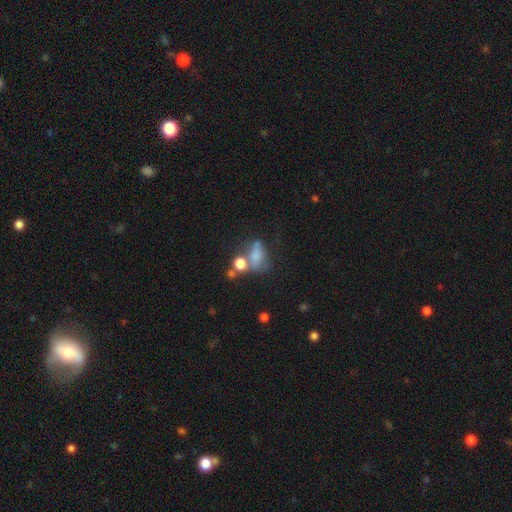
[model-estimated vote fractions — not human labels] smooth 63%, featured or disk 22%, star or artifact 16%. Down the decision tree: how rounded — in between (70%); merging — merger (34%).